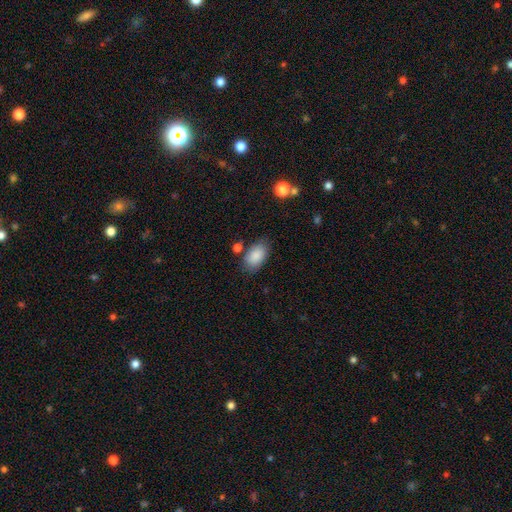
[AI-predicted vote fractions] Smooth or featured: smooth — 87% (star or artifact — 7%)
How rounded: in between — 92% (round — 7%)
Merging: none — 74% (minor disturbance — 16%)